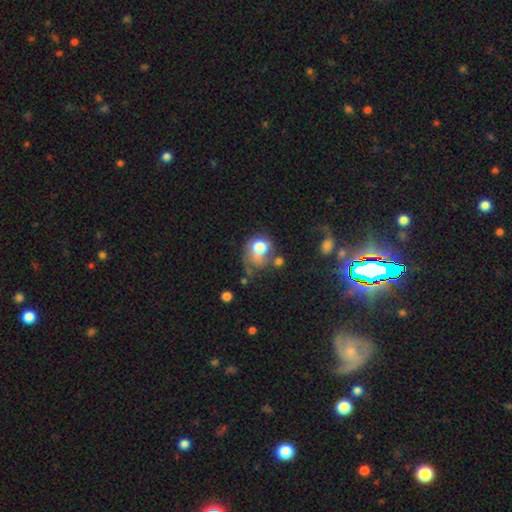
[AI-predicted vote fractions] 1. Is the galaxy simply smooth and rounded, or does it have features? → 46% smooth, 31% star or artifact, 24% featured or disk.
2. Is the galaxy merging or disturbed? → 42% none, 23% minor disturbance, 22% major disturbance, 13% merger.